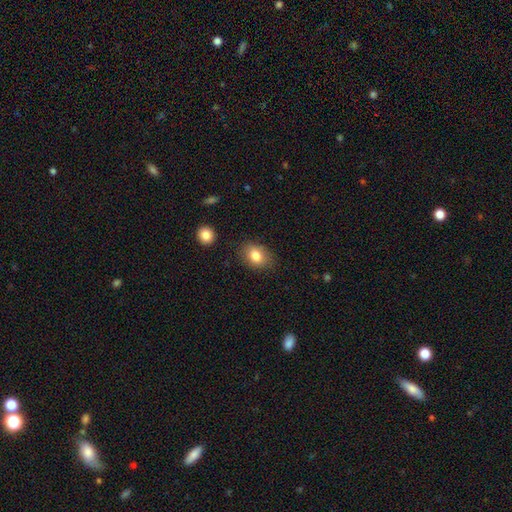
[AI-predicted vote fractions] The model was most divided on "how rounded": in between: 74%, round: 24%, cigar-shaped: 1%. More confident: smooth or featured — smooth (83%); merging — none (81%).